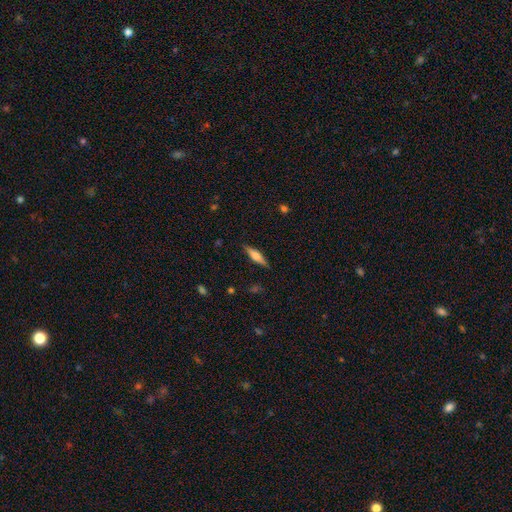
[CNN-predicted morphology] A featured or disk galaxy (53%) viewed edge-on (95%) with a rounded central bulge (78%). Merging: none (87%).